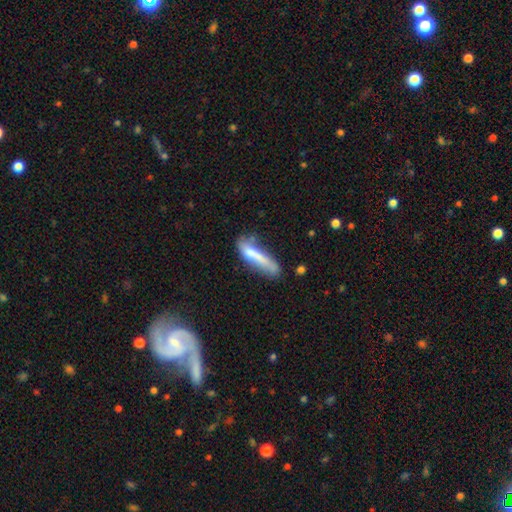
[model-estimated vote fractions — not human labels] This appears to be a smooth galaxy with no disk features (67%) that is cigar-shaped (78%). Merging: none (42%).